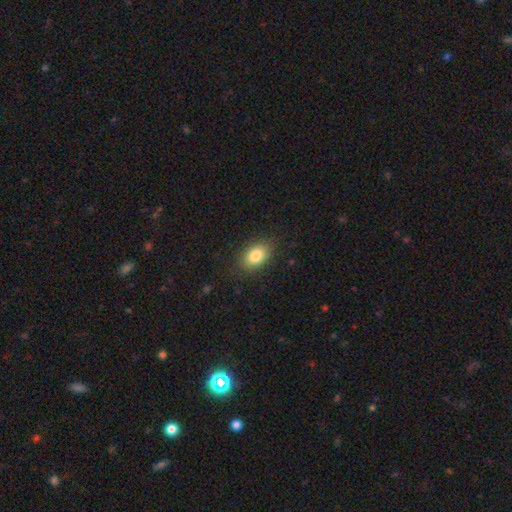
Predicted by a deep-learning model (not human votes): The model was most divided on "how rounded": in between: 85%, round: 14%, cigar-shaped: 2%. More confident: merging — none (85%); smooth or featured — smooth (83%).